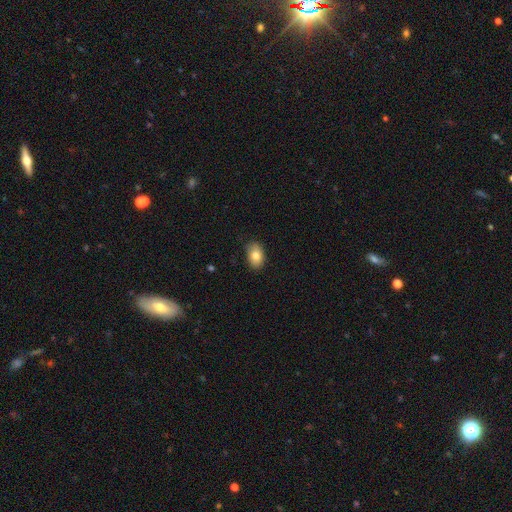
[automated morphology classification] A smooth galaxy with no disk features (81%) that is in between round and cigar-shaped (85%). Merging: none (83%).